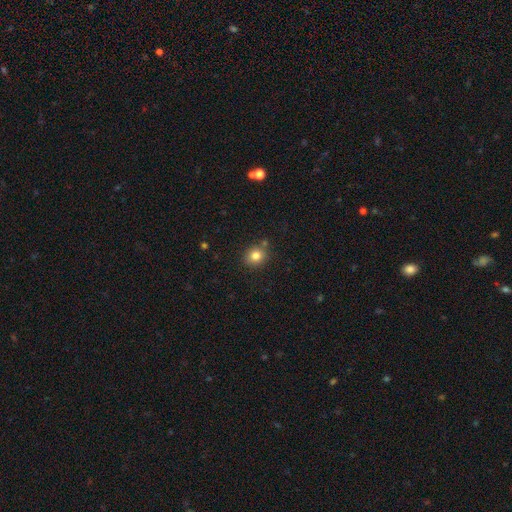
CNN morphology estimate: A smooth galaxy with no disk features (80%) that is round (75%). Merging: none (79%).